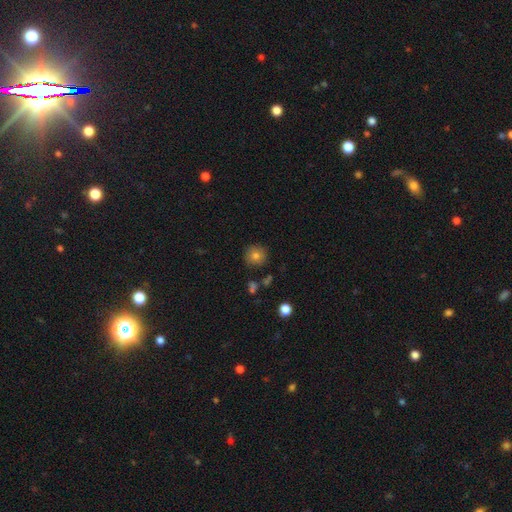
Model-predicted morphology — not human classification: smooth_or_featured: smooth (p=0.79) [alt: star or artifact p=0.11]
how_rounded: round (p=0.94) [alt: in between p=0.05]
merging: none (p=0.86) [alt: minor disturbance p=0.09]